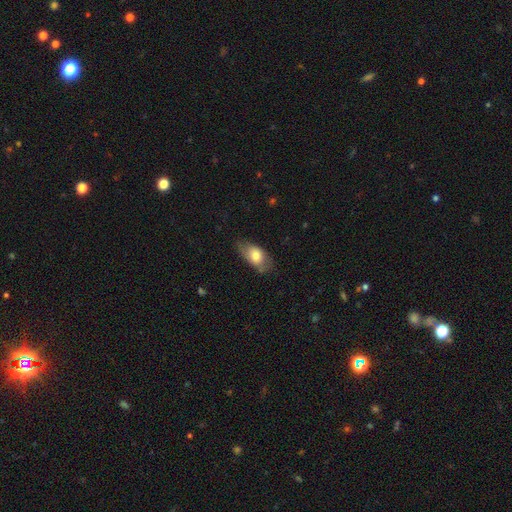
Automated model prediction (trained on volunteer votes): Smooth or featured? Predicted: smooth (p=0.70). How rounded? Predicted: in between (p=0.88). Merging? Predicted: none (p=0.63).